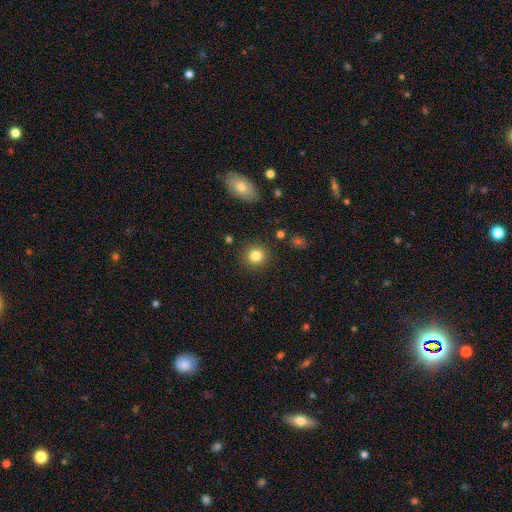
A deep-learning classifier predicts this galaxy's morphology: smooth 83%, star or artifact 11%, featured or disk 6%. Down the decision tree: how rounded — round (91%); merging — none (89%).